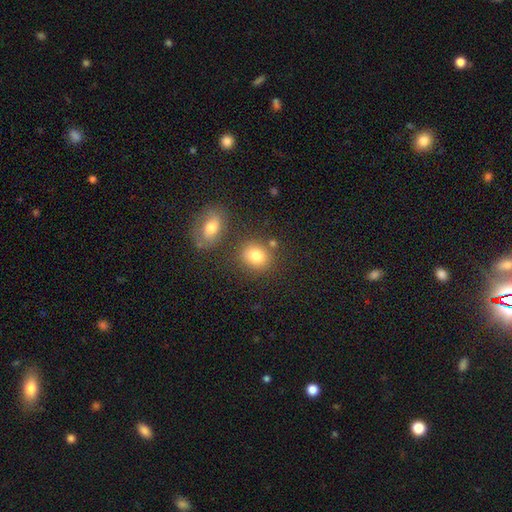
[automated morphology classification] A smooth galaxy with no disk features (81%) that is round (63%).

Vote fractions:
- Smooth or featured? smooth: 81% / star or artifact: 10% / featured or disk: 8%
- How rounded? round: 63% / in between: 36% / cigar-shaped: 1%
- Merging? none: 72% / merger: 12% / minor disturbance: 12% / major disturbance: 4%